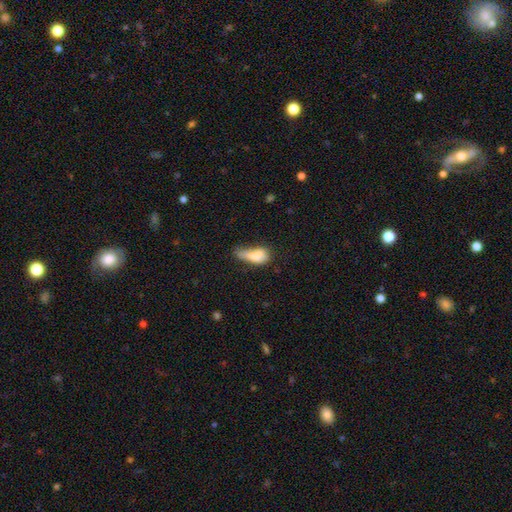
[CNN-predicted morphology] Overall: smooth (73%). How rounded: in between (74%). Merging: minor disturbance (33%; major disturbance 32%).